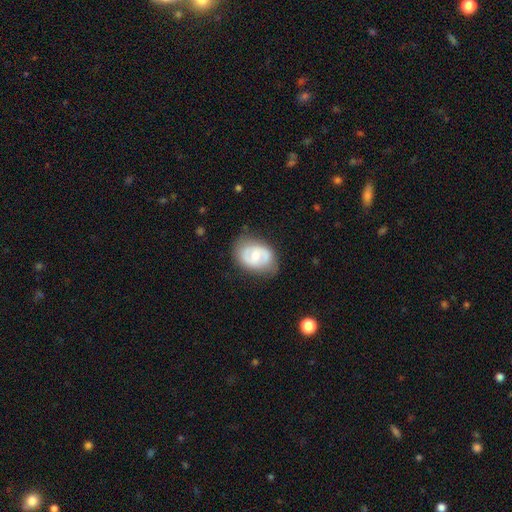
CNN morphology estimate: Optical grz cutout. It shows a featured or disk galaxy (65%) with no bar (49%), spiral arms (67%) and a moderate central bulge (66%). Merging: none (72%).